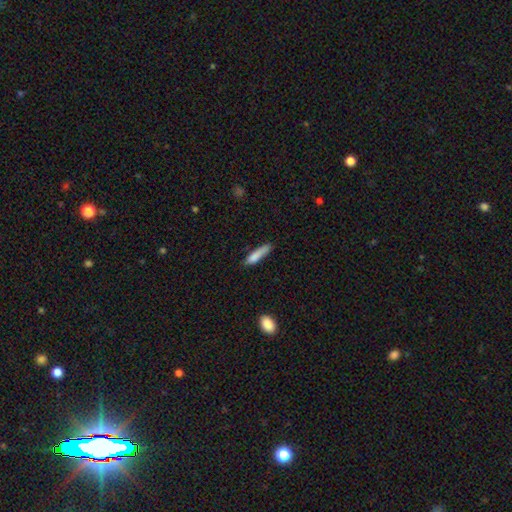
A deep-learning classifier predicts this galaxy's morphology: Overall: smooth (82%). How rounded: cigar-shaped (80%). Merging: none (63%; minor disturbance 27%).